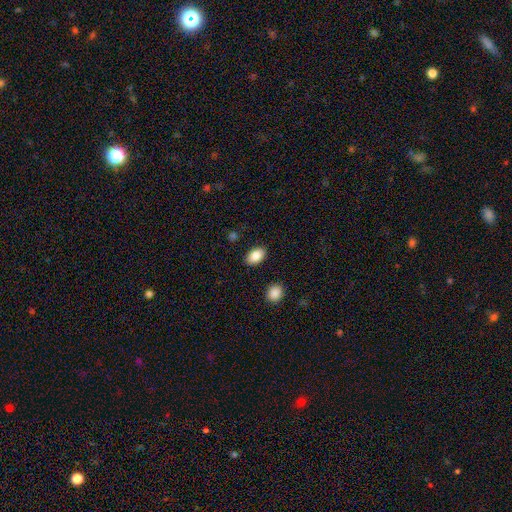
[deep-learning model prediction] smooth_or_featured: smooth (p=0.87) [alt: star or artifact p=0.07]
how_rounded: in between (p=0.88) [alt: round p=0.11]
merging: none (p=0.87) [alt: minor disturbance p=0.09]